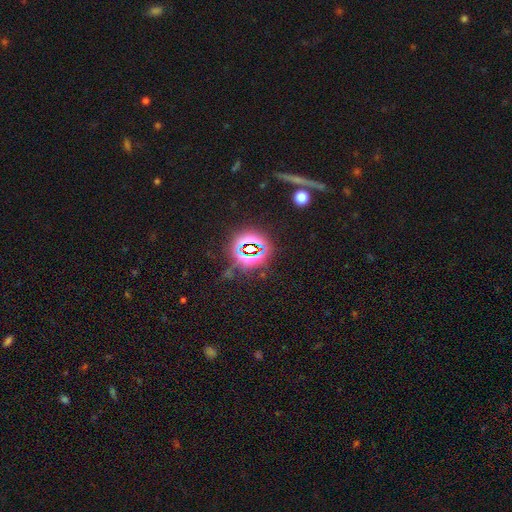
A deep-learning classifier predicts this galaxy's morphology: This appears to be a star or artifact, not a galaxy (80%).